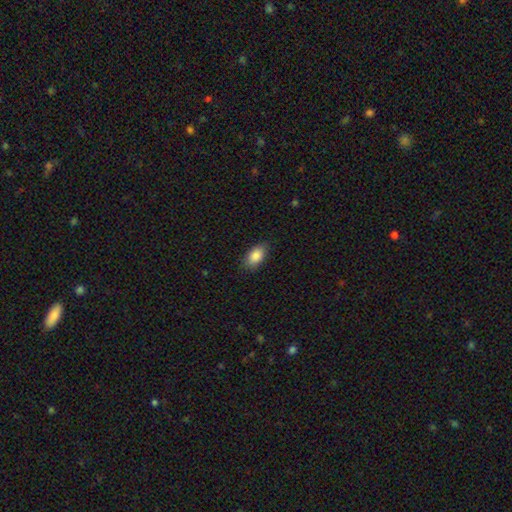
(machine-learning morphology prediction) The model was most divided on "merging": none: 83%, minor disturbance: 13%, major disturbance: 3%, merger: 1%. More confident: how rounded — in between (92%); smooth or featured — smooth (87%).